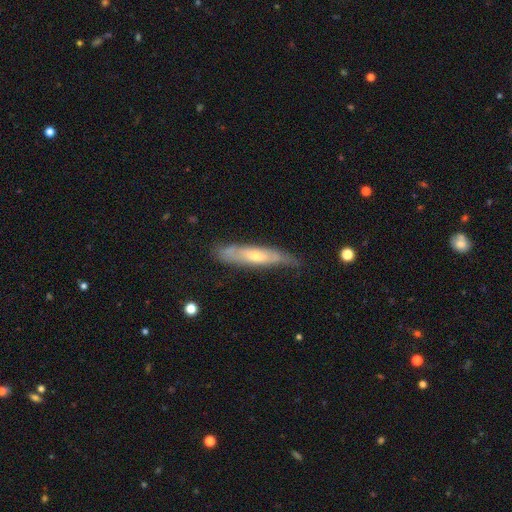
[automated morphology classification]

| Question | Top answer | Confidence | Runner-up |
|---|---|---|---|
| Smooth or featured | featured or disk | 58% | smooth (36%) |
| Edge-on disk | yes | 54% | no (46%) |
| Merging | none | 68% | minor disturbance (24%) |